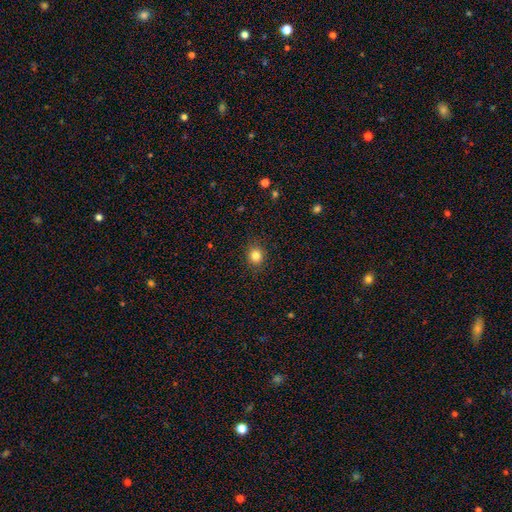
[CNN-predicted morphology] Smooth or featured: smooth — 83% (star or artifact — 11%)
How rounded: round — 77% (in between — 22%)
Merging: none — 88% (minor disturbance — 8%)